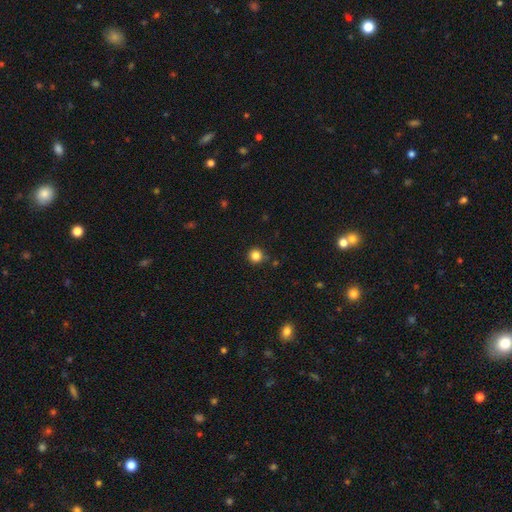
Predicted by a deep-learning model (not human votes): smooth-or-featured: smooth: 84% | star or artifact: 12% | featured or disk: 4%
  how-rounded: round: 94% | in between: 5% | cigar-shaped: 1%
  merging: none: 87% | minor disturbance: 8% | merger: 3% | major disturbance: 2%